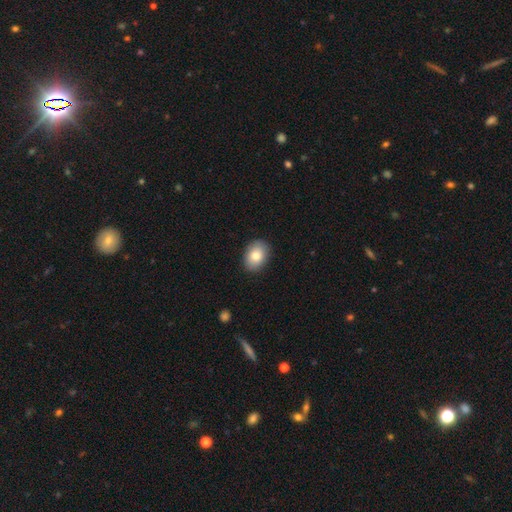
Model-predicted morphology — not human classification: smooth 82%, featured or disk 11%, star or artifact 7%. Down the decision tree: how rounded — in between (74%); merging — none (88%).